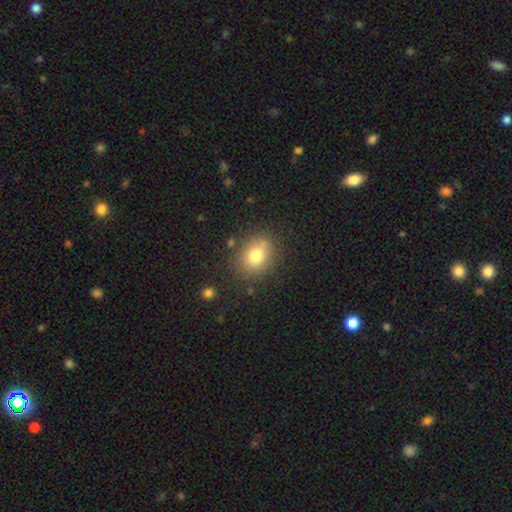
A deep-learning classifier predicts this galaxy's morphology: smooth_or_featured: smooth (p=0.77) [alt: star or artifact p=0.12]
how_rounded: round (p=0.58) [alt: in between p=0.41]
merging: none (p=0.78) [alt: minor disturbance p=0.14]